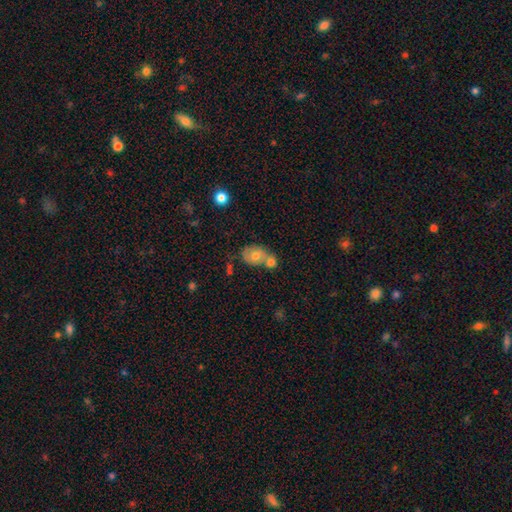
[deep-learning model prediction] A smooth galaxy with no disk features (66%) that is in between round and cigar-shaped (56%). Merging: merger (53%).